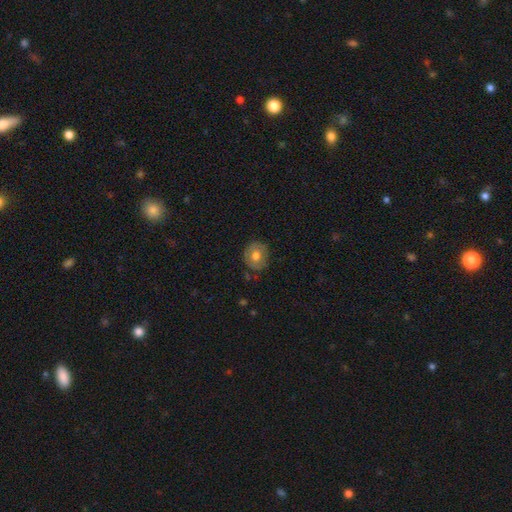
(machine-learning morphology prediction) smooth_or_featured: smooth (p=0.61) [alt: featured or disk p=0.31]
how_rounded: round (p=0.76) [alt: in between p=0.23]
merging: none (p=0.80) [alt: minor disturbance p=0.15]